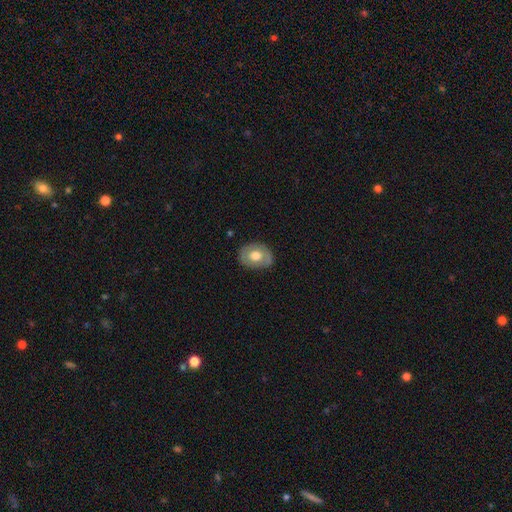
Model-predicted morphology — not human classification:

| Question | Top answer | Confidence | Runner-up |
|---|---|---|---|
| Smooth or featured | smooth | 55% | featured or disk (39%) |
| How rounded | in between | 57% | round (42%) |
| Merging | none | 79% | minor disturbance (16%) |